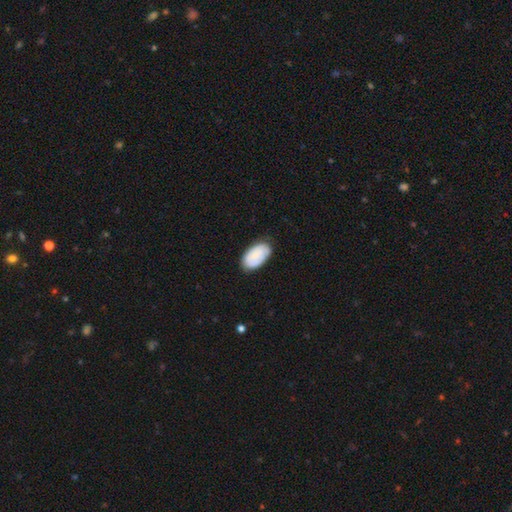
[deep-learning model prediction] Q: Smooth or featured?
A: smooth (75%); runner-up: featured or disk (19%)
Q: How rounded?
A: in between (95%); runner-up: round (4%)
Q: Merging?
A: none (80%); runner-up: minor disturbance (16%)